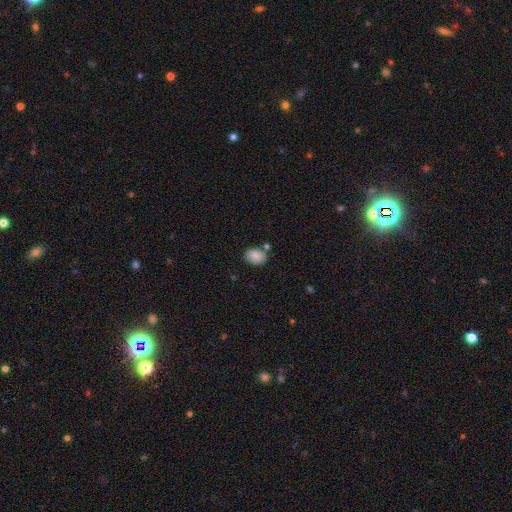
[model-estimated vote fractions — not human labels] Morphology: type=smooth (85%); roundness=in between (72%); merging=none (71%).